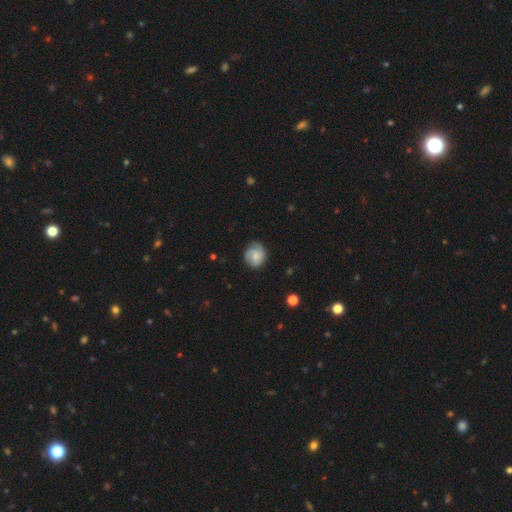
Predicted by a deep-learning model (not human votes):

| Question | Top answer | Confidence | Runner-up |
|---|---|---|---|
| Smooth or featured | featured or disk | 54% | smooth (39%) |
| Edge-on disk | no | 98% | yes (2%) |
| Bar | no | 69% | weak (27%) |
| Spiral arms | yes | 92% | no (8%) |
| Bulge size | small | 46% | moderate (29%) |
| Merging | none | 76% | minor disturbance (17%) |